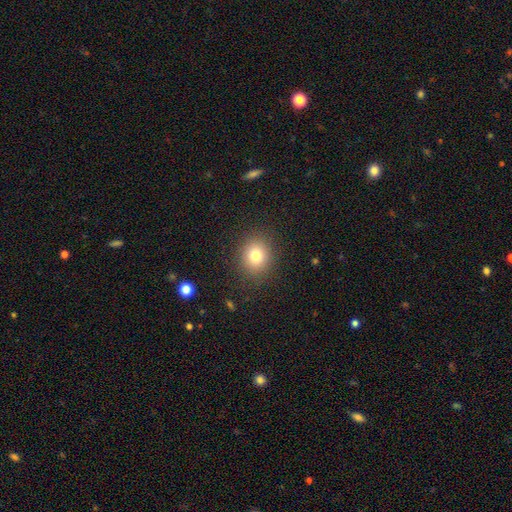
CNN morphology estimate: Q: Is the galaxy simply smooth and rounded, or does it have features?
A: smooth — 79%.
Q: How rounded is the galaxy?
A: round — 72%.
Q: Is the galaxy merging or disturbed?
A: none — 88%.